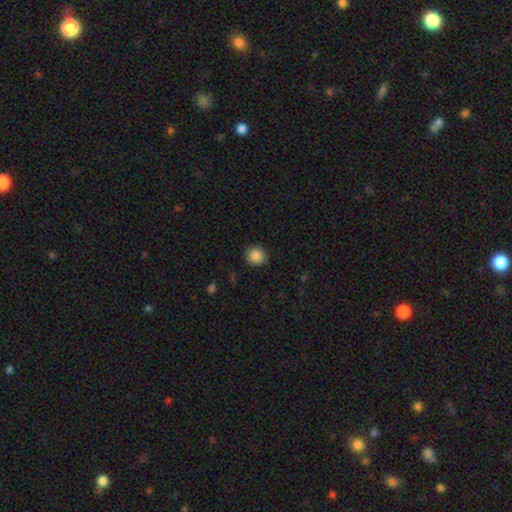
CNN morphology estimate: This appears to be a smooth galaxy with no disk features (86%) that is round (92%). Merging: none (90%).